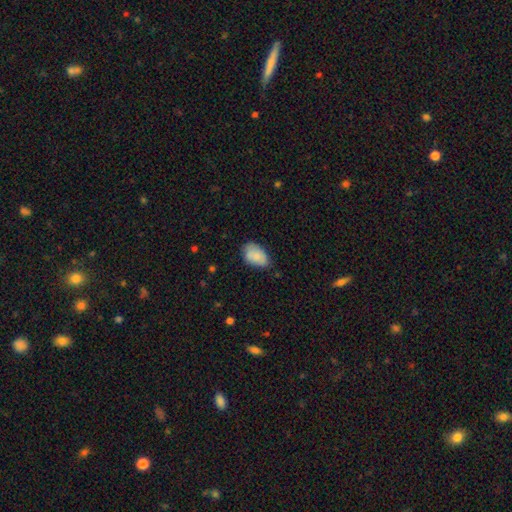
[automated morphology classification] Smooth or featured? Predicted: smooth (p=0.80). How rounded? Predicted: in between (p=0.91). Merging? Predicted: none (p=0.62).